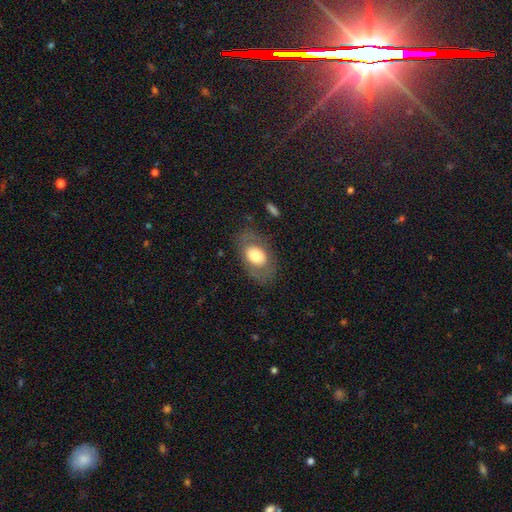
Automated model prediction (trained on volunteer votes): Smooth or featured? smooth (61%)
How rounded? in between (83%)
Merging? none (74%)